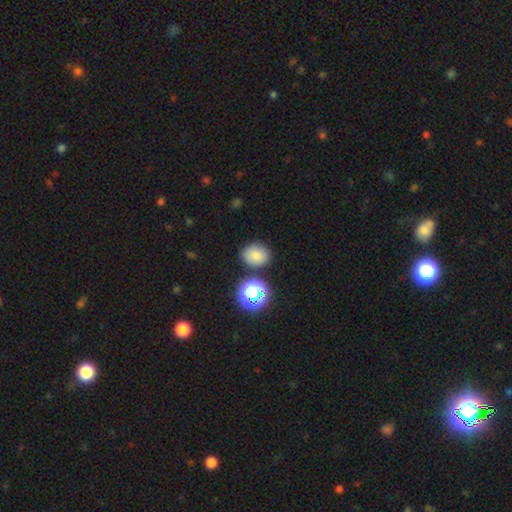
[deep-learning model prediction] Overall: smooth (77%). How rounded: round (54%; in between 45%). Merging: none (80%).